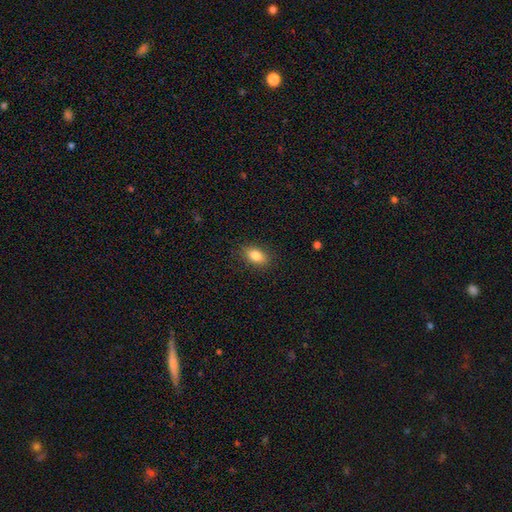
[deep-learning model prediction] Q: Smooth or featured?
A: smooth (84%); runner-up: star or artifact (8%)
Q: How rounded?
A: in between (85%); runner-up: round (11%)
Q: Merging?
A: none (86%); runner-up: minor disturbance (10%)